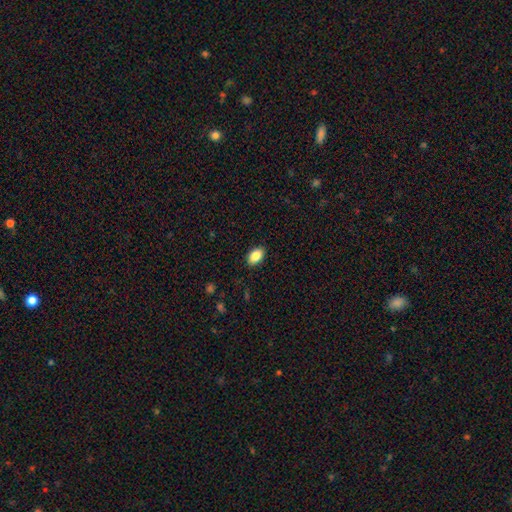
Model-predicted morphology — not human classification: Overall: smooth (86%). How rounded: in between (91%). Merging: none (89%).